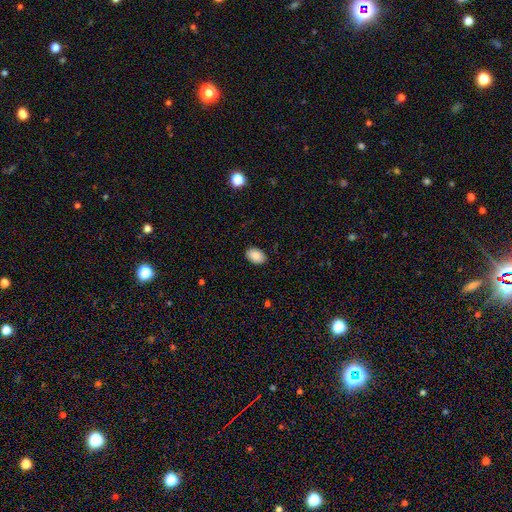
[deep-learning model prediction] The model was most divided on "how rounded": in between: 87%, round: 12%, cigar-shaped: 1%. More confident: smooth or featured — smooth (88%); merging — none (88%).